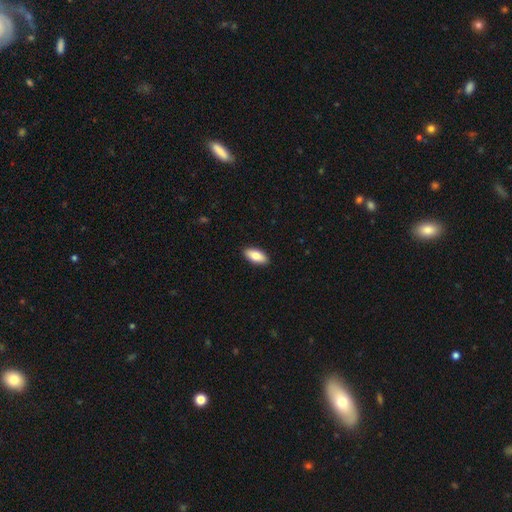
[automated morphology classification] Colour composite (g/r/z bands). It shows a smooth galaxy with no disk features (81%) that is in between round and cigar-shaped (86%). Merging: none (91%).